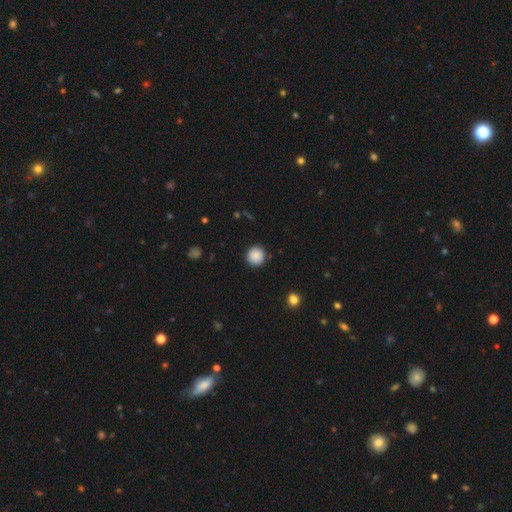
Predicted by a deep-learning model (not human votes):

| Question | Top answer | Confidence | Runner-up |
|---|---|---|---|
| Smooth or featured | smooth | 88% | star or artifact (9%) |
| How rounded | round | 95% | in between (4%) |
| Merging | none | 90% | minor disturbance (6%) |